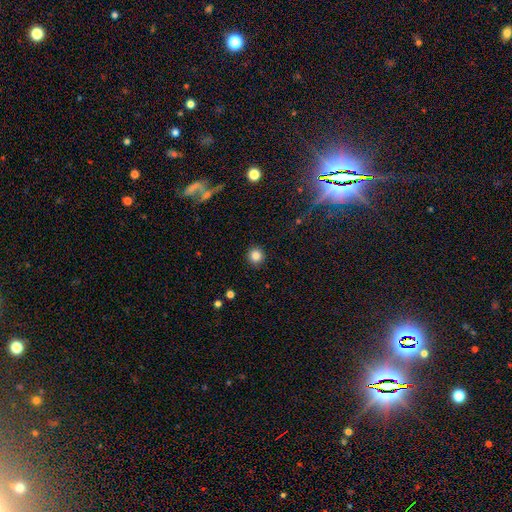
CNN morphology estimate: This appears to be a smooth galaxy with no disk features (85%) that is round (94%). Merging: none (92%).